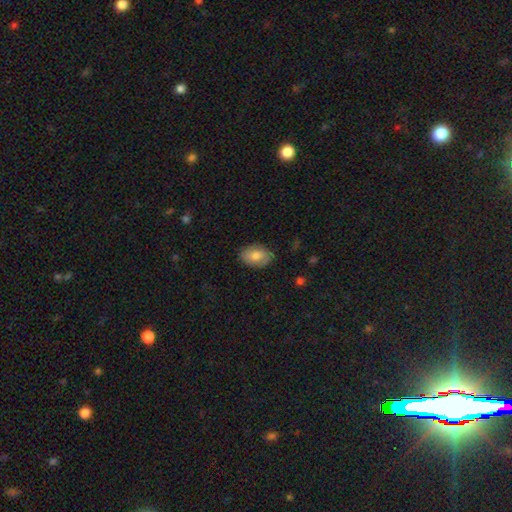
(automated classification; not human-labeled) Smooth or featured? smooth (77%)
How rounded? in between (87%)
Merging? none (81%)